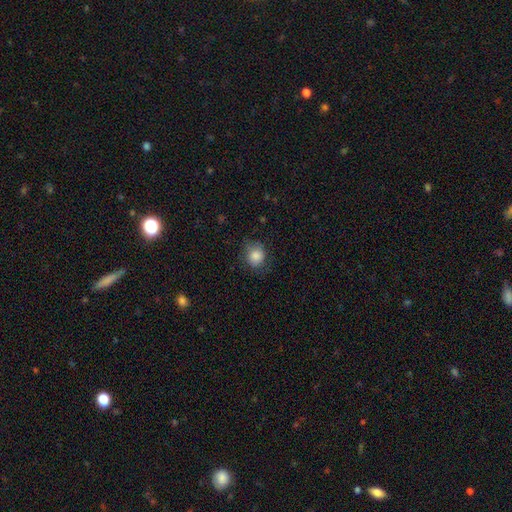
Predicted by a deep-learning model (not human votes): Smooth or featured? smooth (85%)
How rounded? round (78%)
Merging? none (74%)